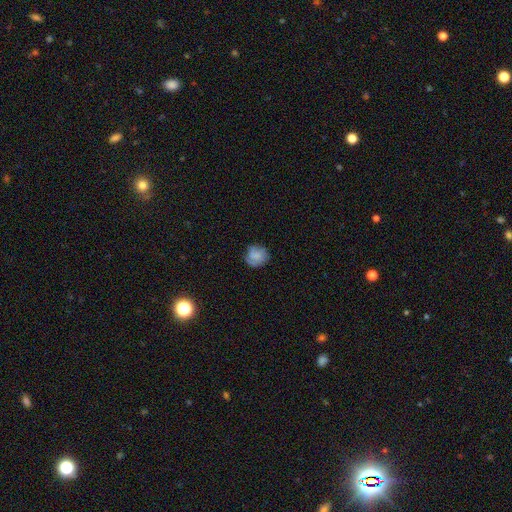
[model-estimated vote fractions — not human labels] Overall: smooth (72%). How rounded: round (82%). Merging: none (73%).